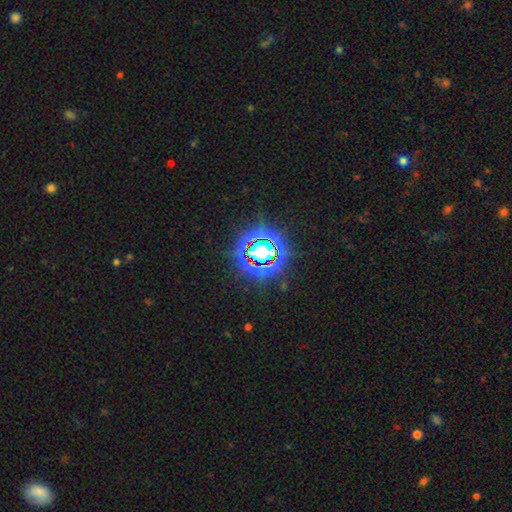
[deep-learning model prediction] Morphology: type=star or artifact (82%).